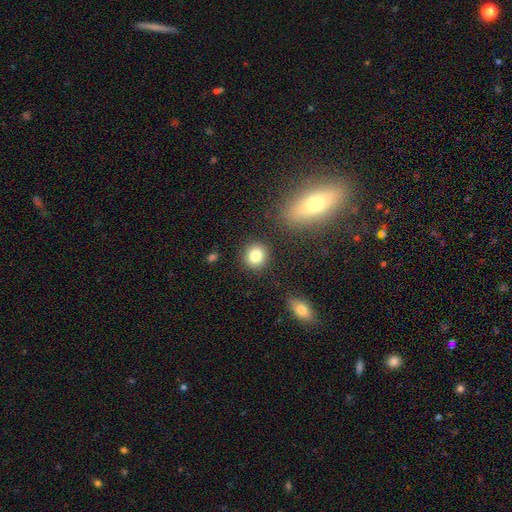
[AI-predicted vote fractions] A smooth galaxy with no disk features (83%) that is round (88%). Merging: none (88%).